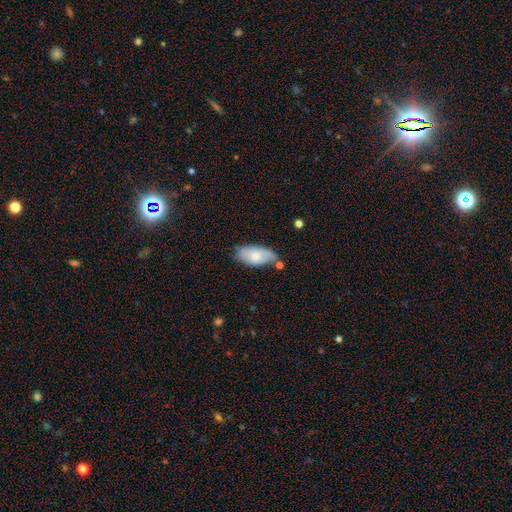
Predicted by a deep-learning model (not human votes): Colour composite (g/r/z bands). It shows a smooth galaxy with no disk features (68%) that is in between round and cigar-shaped (92%). Merging: none (49%).